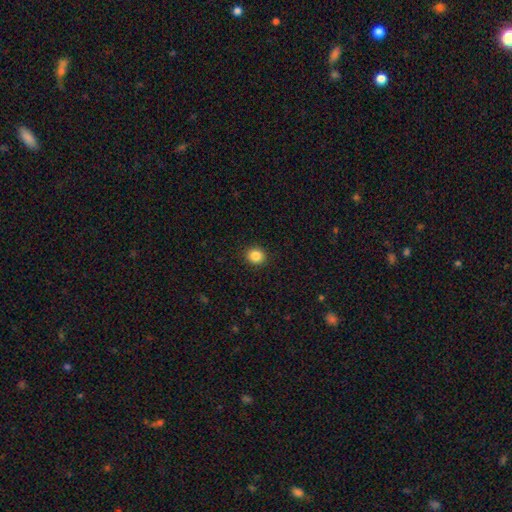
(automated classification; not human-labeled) Overall: smooth (86%). How rounded: round (83%). Merging: none (92%).